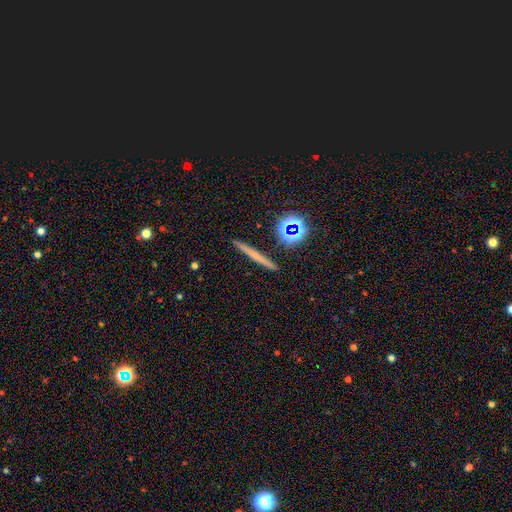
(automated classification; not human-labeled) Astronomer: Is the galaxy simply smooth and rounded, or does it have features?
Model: smooth — 49% (runner-up: featured or disk, 36%).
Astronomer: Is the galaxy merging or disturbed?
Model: none — 92%.